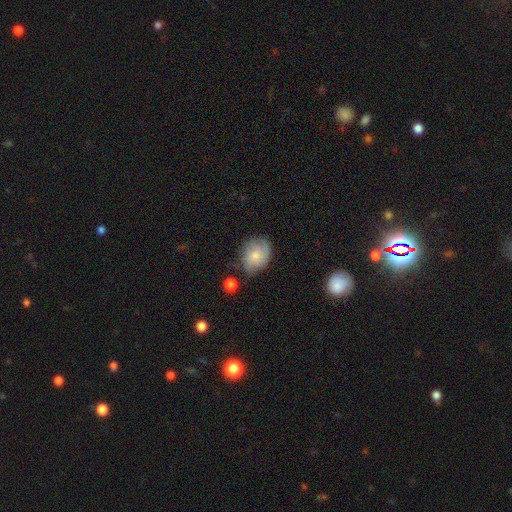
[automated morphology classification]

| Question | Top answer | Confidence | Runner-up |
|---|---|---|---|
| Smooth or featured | smooth | 72% | featured or disk (20%) |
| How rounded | in between | 54% | round (45%) |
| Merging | none | 55% | minor disturbance (32%) |